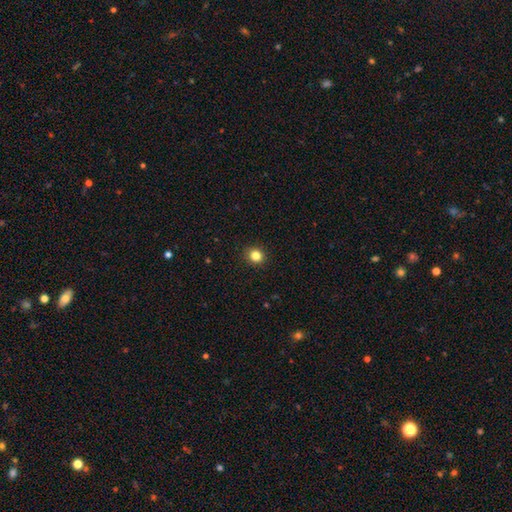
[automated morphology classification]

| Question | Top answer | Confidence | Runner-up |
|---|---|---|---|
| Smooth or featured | smooth | 83% | star or artifact (12%) |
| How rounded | round | 86% | in between (13%) |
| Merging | none | 92% | minor disturbance (5%) |